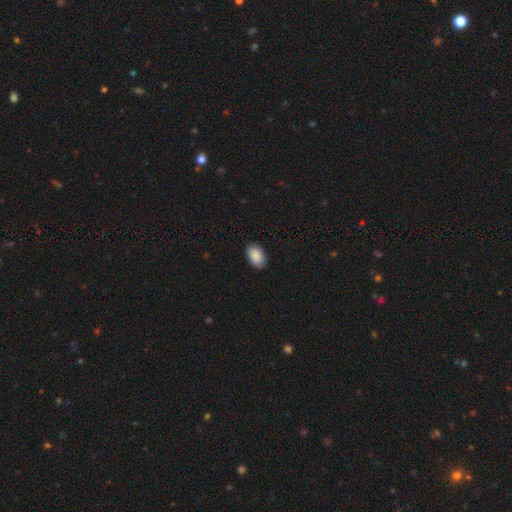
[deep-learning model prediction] A smooth galaxy with no disk features (90%) that is in between round and cigar-shaped (93%).

Vote fractions:
- Smooth or featured? smooth: 90% / star or artifact: 6% / featured or disk: 4%
- How rounded? in between: 93% / round: 6% / cigar-shaped: 1%
- Merging? none: 88% / minor disturbance: 9% / major disturbance: 2% / merger: 1%